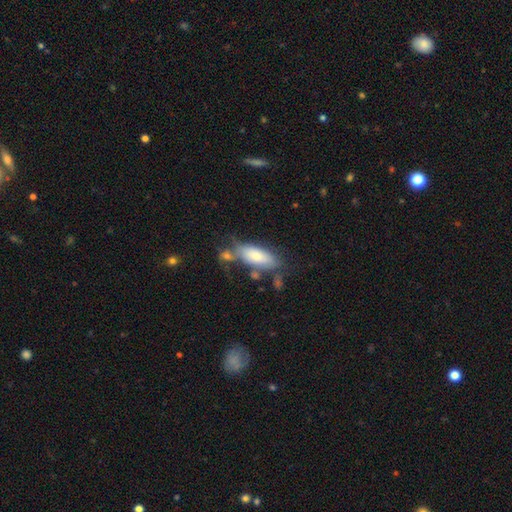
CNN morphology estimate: This appears to be a smooth galaxy with no disk features (72%) that is in between round and cigar-shaped (77%). Merging: none (54%).